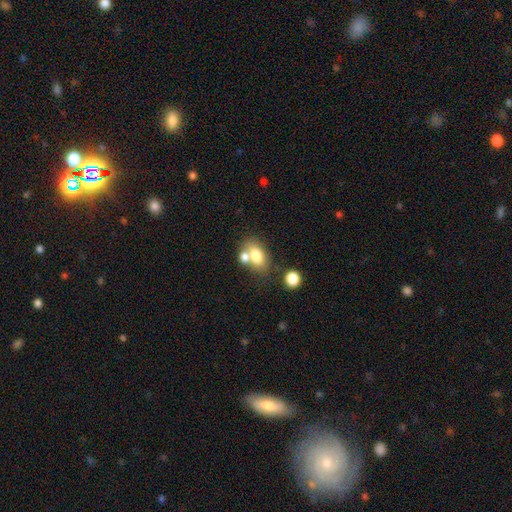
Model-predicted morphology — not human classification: type=smooth (75%); roundness=in between (80%); merging=none (45%).